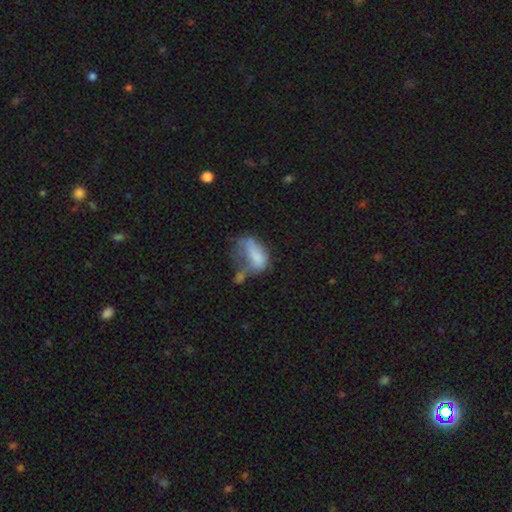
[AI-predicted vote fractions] Smooth or featured? Predicted: smooth (p=0.64). How rounded? Predicted: in between (p=0.88). Merging? Predicted: major disturbance (p=0.40).